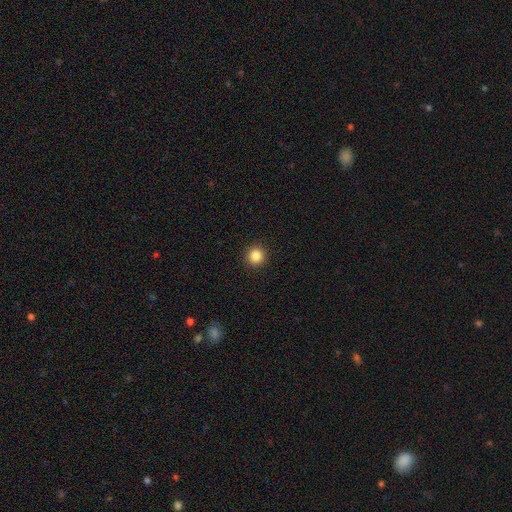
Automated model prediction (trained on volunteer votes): This is clearly a smooth galaxy (86%). How rounded: clearly round (93%). Merging: clearly none (92%).